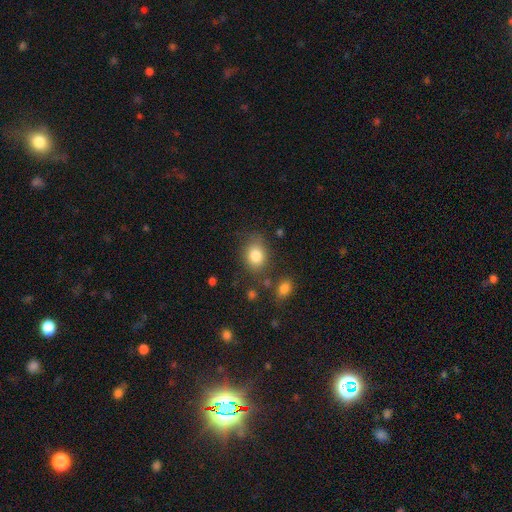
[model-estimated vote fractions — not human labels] Morphology: type=smooth (83%); roundness=in between (53%); merging=none (73%).